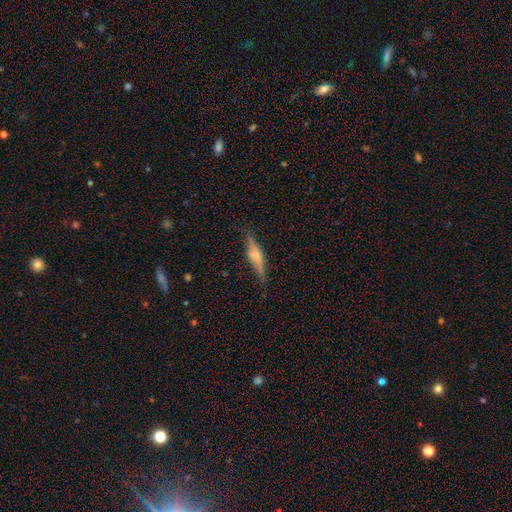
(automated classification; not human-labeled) Smooth or featured? Predicted: featured or disk (p=0.53). Edge-on disk? Predicted: yes (p=0.95). Edge-on bulge? Predicted: rounded (p=0.66). Merging? Predicted: none (p=0.82).